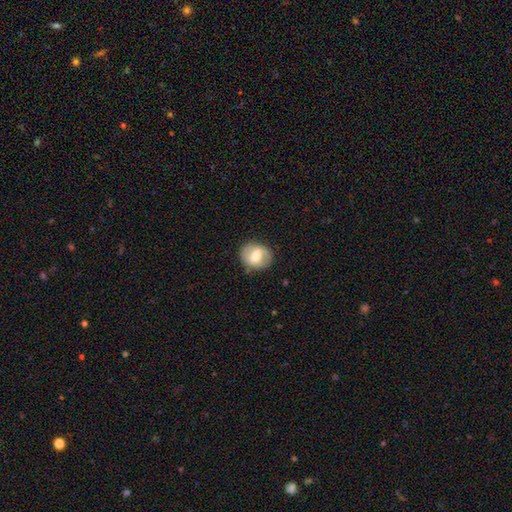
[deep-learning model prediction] Q: Smooth or featured?
A: featured or disk (48%); runner-up: smooth (46%)
Q: Merging?
A: none (82%); runner-up: minor disturbance (13%)